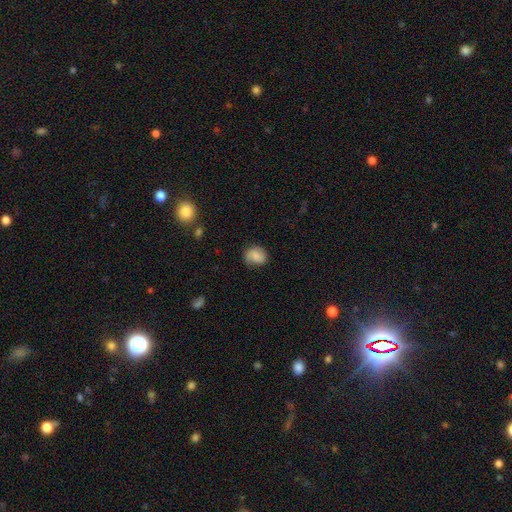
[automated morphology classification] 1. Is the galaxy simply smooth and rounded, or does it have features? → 72% smooth, 20% featured or disk, 8% star or artifact.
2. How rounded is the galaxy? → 58% round, 41% in between, 1% cigar-shaped.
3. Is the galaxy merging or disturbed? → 67% none, 25% minor disturbance, 7% major disturbance, 2% merger.